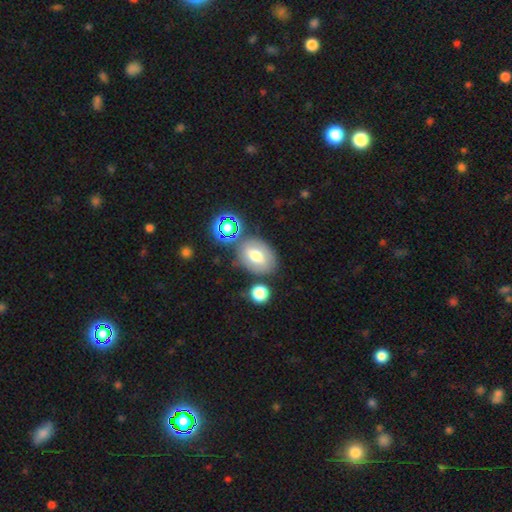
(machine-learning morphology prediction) smooth_or_featured: smooth (p=0.53) [alt: featured or disk p=0.34]
how_rounded: in between (p=0.70) [alt: round p=0.28]
merging: none (p=0.68) [alt: minor disturbance p=0.16]